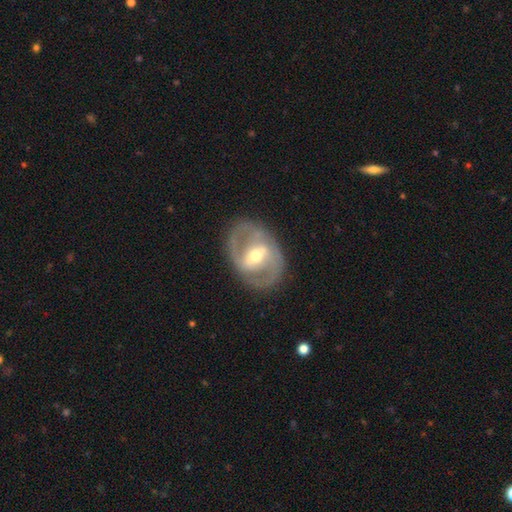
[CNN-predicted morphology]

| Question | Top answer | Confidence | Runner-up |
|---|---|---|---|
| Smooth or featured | featured or disk | 80% | smooth (15%) |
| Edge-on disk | no | 95% | yes (5%) |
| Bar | strong | 43% | weak (39%) |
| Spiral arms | yes | 70% | no (30%) |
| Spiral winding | medium | 48% | tight (31%) |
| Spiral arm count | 2 | 82% | can't tell (11%) |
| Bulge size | moderate | 63% | small (29%) |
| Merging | none | 80% | minor disturbance (12%) |